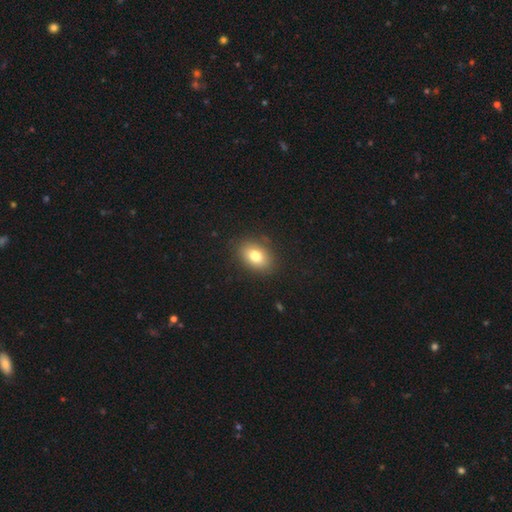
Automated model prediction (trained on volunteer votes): Smooth or featured?
  - smooth: 79% *
  - featured or disk: 12%
  - star or artifact: 9%
How rounded?
  - in between: 80% *
  - round: 18%
  - cigar-shaped: 1%
Merging?
  - none: 85% *
  - minor disturbance: 10%
  - major disturbance: 3%
  - merger: 1%